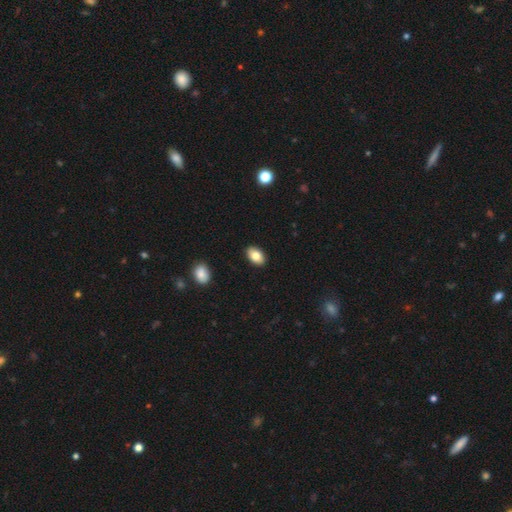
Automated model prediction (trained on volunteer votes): Morphology: type=smooth (82%); roundness=in between (91%); merging=none (90%).